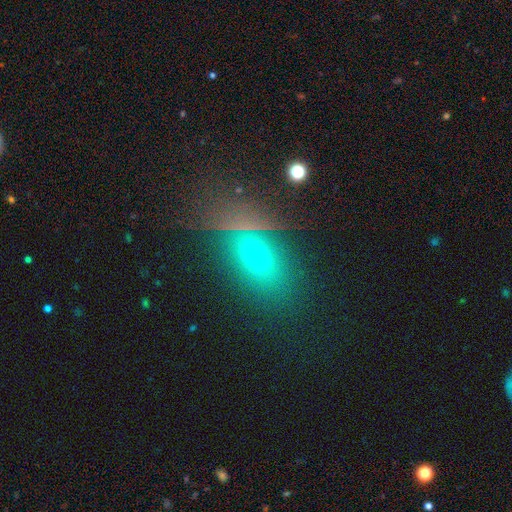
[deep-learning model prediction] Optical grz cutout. It shows a smooth galaxy with no disk features (60%) that is in between round and cigar-shaped (74%). Merging: none (77%).